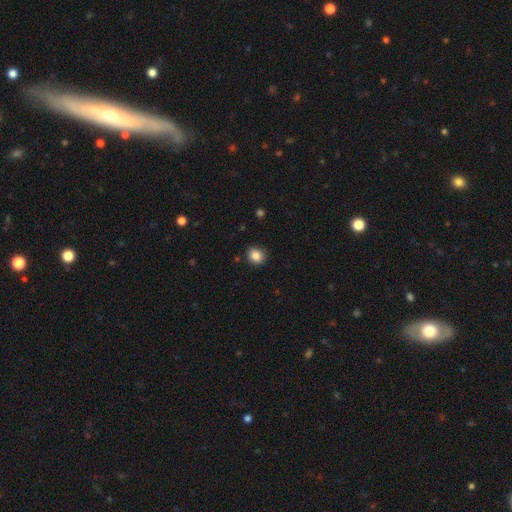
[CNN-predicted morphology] type=smooth (86%); roundness=round (74%); merging=none (88%).